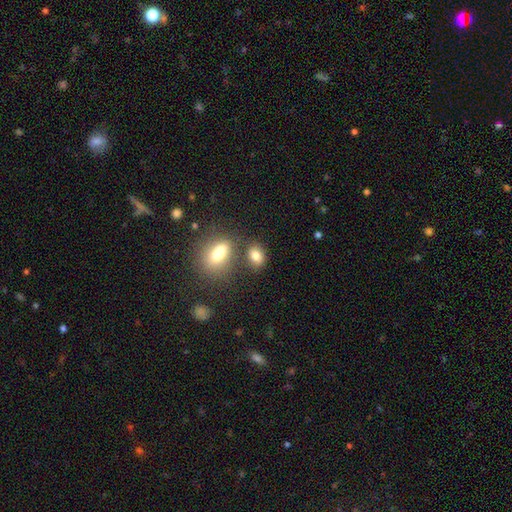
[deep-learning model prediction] Smooth or featured? Predicted: smooth (p=0.81). How rounded? Predicted: in between (p=0.67). Merging? Predicted: none (p=0.63).